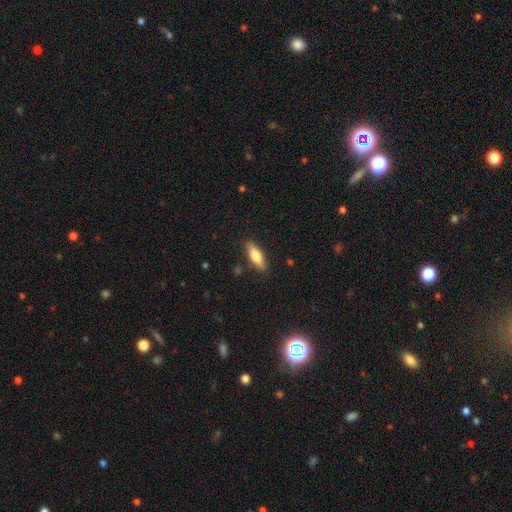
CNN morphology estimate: Q: Smooth or featured?
A: smooth (73%); runner-up: featured or disk (21%)
Q: How rounded?
A: in between (54%); runner-up: cigar-shaped (43%)
Q: Merging?
A: none (86%); runner-up: minor disturbance (10%)